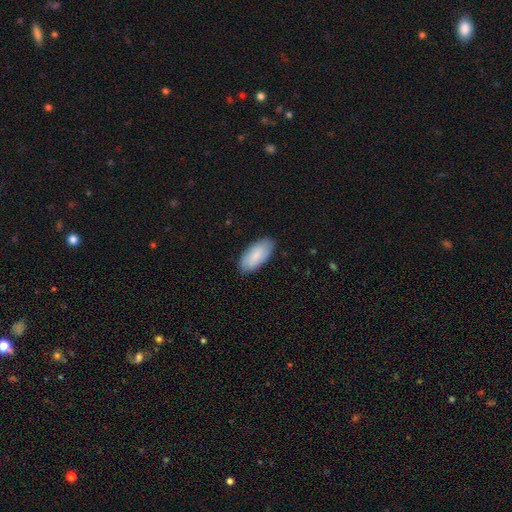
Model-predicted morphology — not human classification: The model was most divided on "merging": none: 86%, minor disturbance: 11%, major disturbance: 2%, merger: 1%. More confident: how rounded — in between (92%); smooth or featured — smooth (86%).